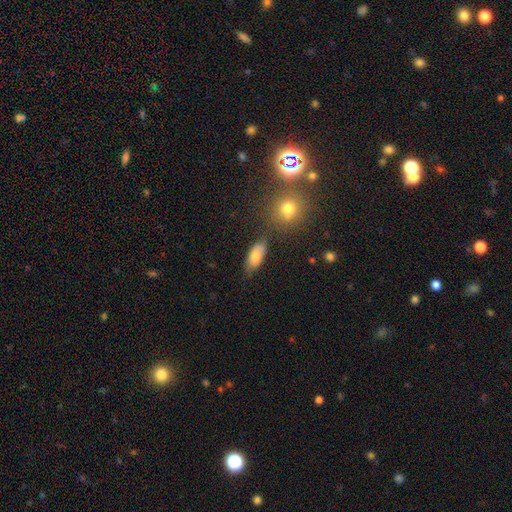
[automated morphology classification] smooth_or_featured: smooth (p=0.79) [alt: featured or disk p=0.12]
how_rounded: in between (p=0.83) [alt: cigar-shaped p=0.12]
merging: none (p=0.67) [alt: minor disturbance p=0.21]